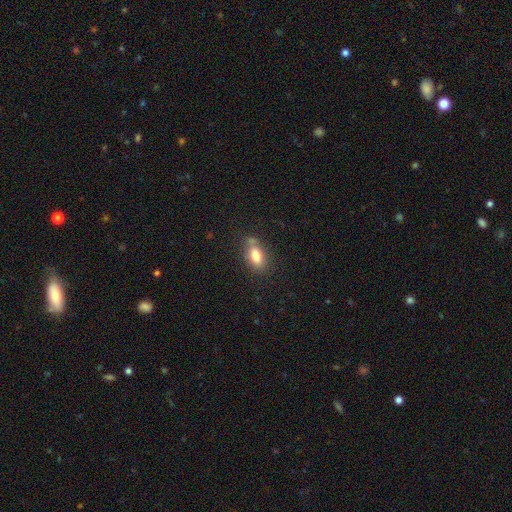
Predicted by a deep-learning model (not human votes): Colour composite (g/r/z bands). It shows a smooth galaxy with no disk features (77%) that is in between round and cigar-shaped (86%). Merging: none (67%).